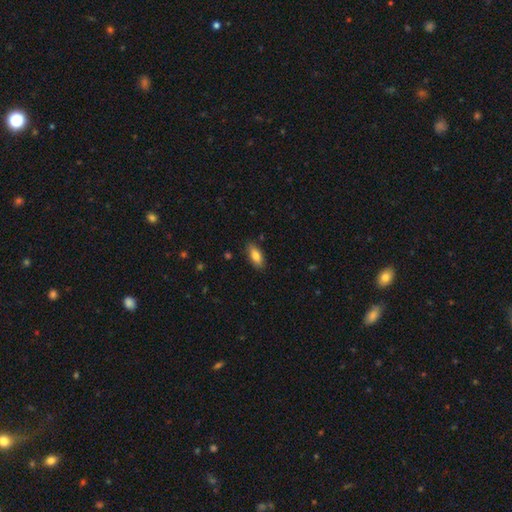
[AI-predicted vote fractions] A smooth galaxy with no disk features (80%) that is in between round and cigar-shaped (85%). Merging: none (85%).